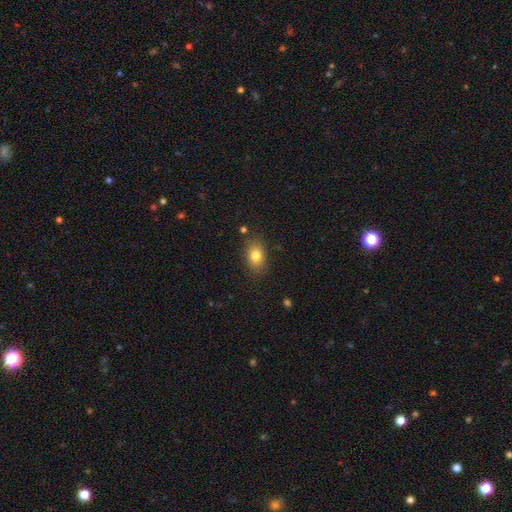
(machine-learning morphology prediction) The model was most divided on "how rounded": in between: 76%, round: 23%, cigar-shaped: 1%. More confident: merging — none (83%); smooth or featured — smooth (81%).